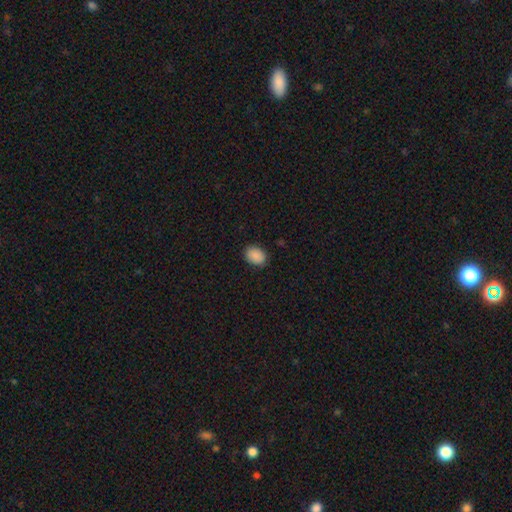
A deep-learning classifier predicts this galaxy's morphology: This is clearly a smooth galaxy (90%). How rounded: likely in between (73%). Merging: clearly none (86%).